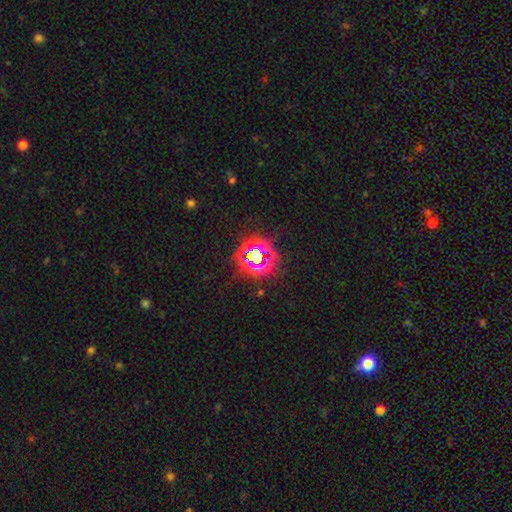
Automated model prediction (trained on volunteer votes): smooth-or-featured: star or artifact: 73% | smooth: 16% | featured or disk: 11%